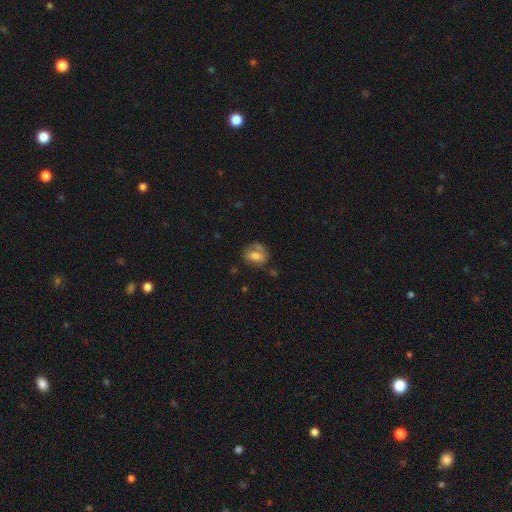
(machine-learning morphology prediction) type=smooth (64%); roundness=in between (65%); merging=none (54%).